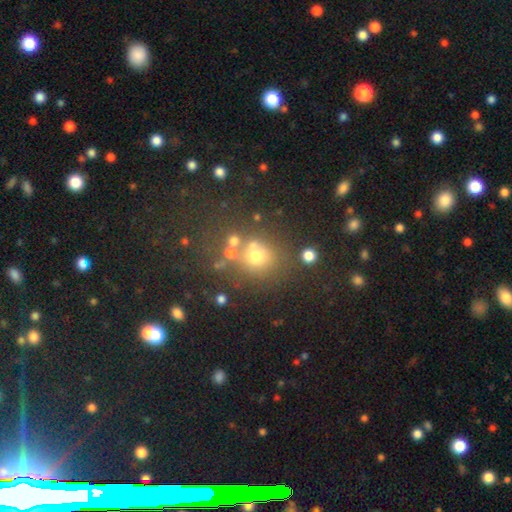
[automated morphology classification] smooth 61%, star or artifact 24%, featured or disk 14%. Down the decision tree: how rounded — round (80%); merging — none (60%).